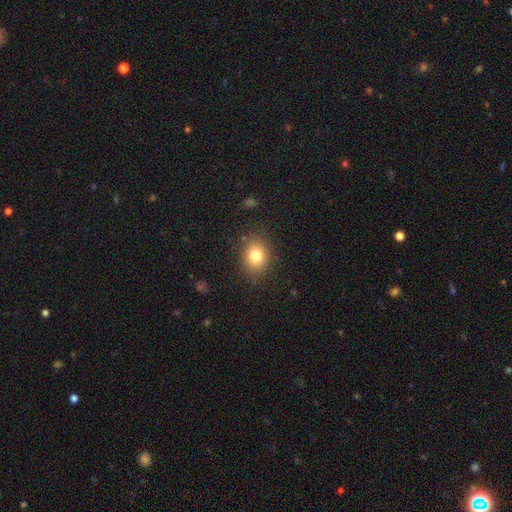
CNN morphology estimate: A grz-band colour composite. It shows a smooth galaxy with no disk features (80%) that is round (52%). Merging: none (84%).